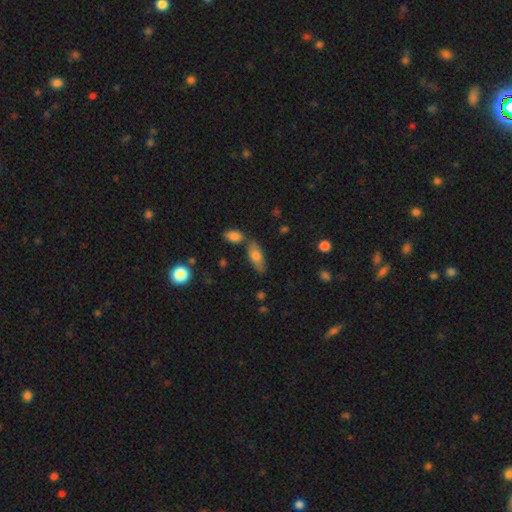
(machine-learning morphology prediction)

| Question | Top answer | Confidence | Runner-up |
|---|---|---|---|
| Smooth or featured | smooth | 71% | featured or disk (21%) |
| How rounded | in between | 78% | cigar-shaped (19%) |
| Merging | none | 68% | minor disturbance (15%) |